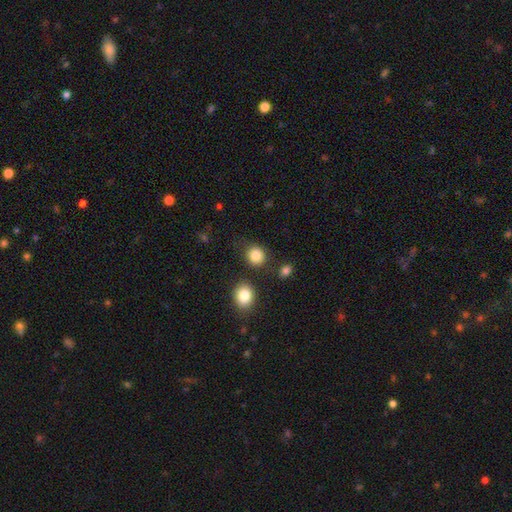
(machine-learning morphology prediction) type=smooth (85%); roundness=round (78%); merging=none (79%).